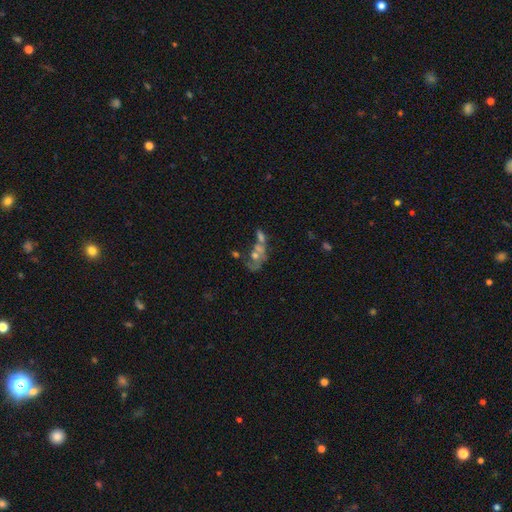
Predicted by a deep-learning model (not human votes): Smooth or featured? Predicted: featured or disk (p=0.49). Merging? Predicted: merger (p=0.49).